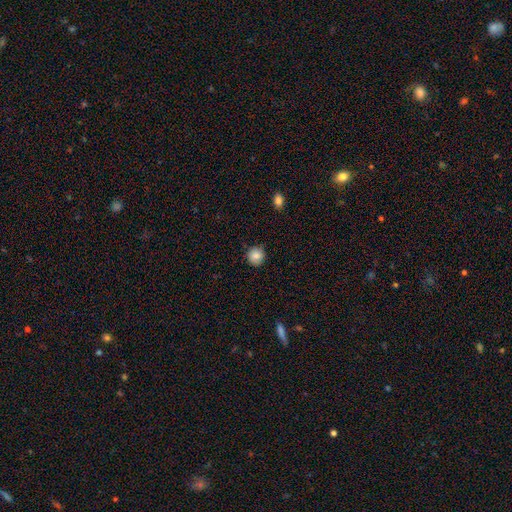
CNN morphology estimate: smooth 85%, star or artifact 9%, featured or disk 6%. Down the decision tree: how rounded — round (90%); merging — none (84%).